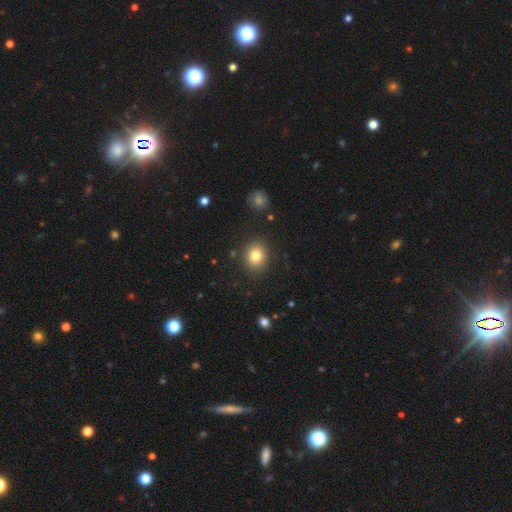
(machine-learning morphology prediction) smooth 81%, star or artifact 11%, featured or disk 8%. Down the decision tree: how rounded — round (60%); merging — none (87%).